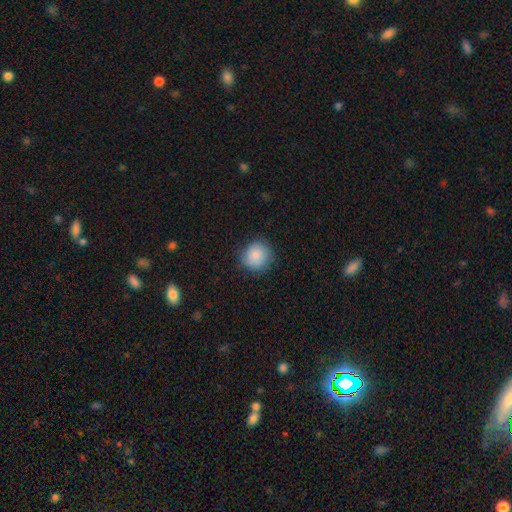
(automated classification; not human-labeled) Smooth or featured? smooth (86%)
How rounded? round (89%)
Merging? none (82%)